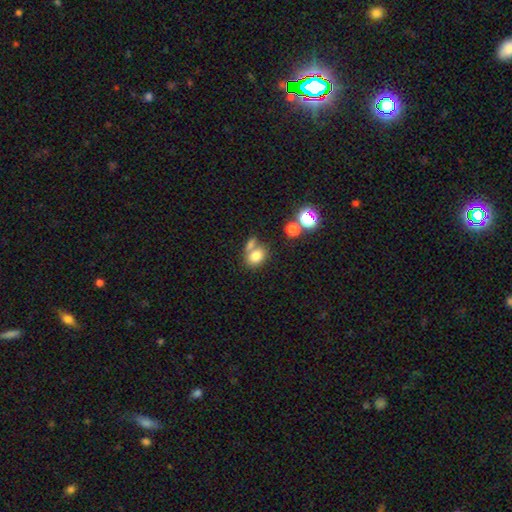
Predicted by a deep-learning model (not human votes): A smooth galaxy with no disk features (78%) that is in between round and cigar-shaped (61%).

Vote fractions:
- Smooth or featured? smooth: 78% / star or artifact: 12% / featured or disk: 11%
- How rounded? in between: 61% / round: 38% / cigar-shaped: 1%
- Merging? none: 46% / merger: 36% / minor disturbance: 12% / major disturbance: 6%